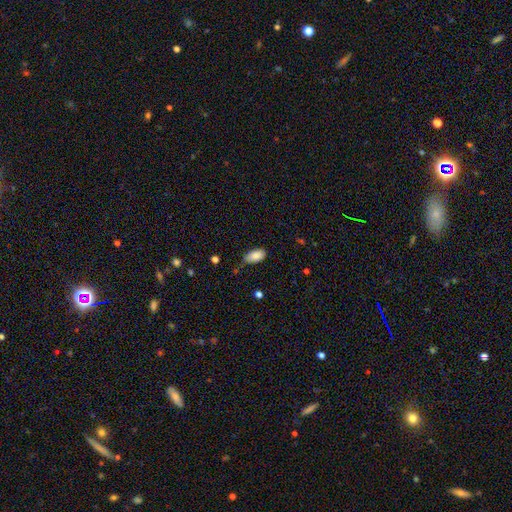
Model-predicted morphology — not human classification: Q: Smooth or featured?
A: smooth (86%); runner-up: star or artifact (7%)
Q: How rounded?
A: in between (93%); runner-up: cigar-shaped (4%)
Q: Merging?
A: none (61%); runner-up: minor disturbance (32%)